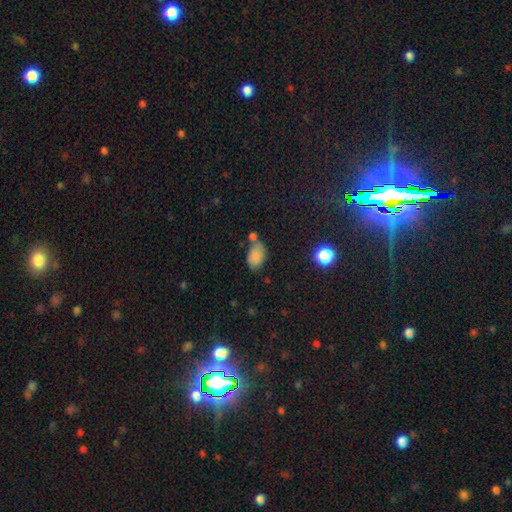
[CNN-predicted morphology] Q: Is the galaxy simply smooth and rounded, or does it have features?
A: smooth — 81%.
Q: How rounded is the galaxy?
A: in between — 88%.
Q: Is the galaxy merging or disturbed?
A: none — 48%.